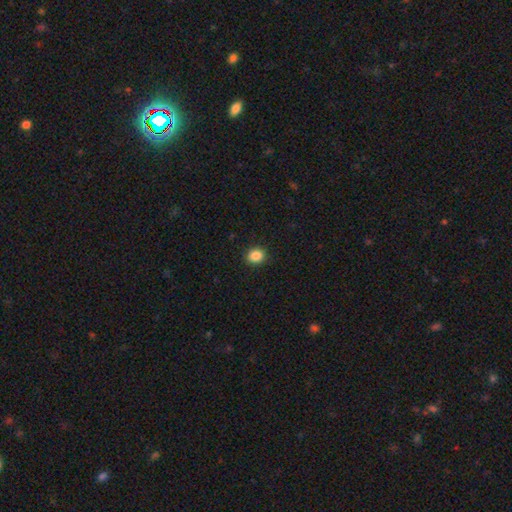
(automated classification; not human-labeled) Morphology: type=smooth (87%); roundness=round (72%); merging=none (91%).